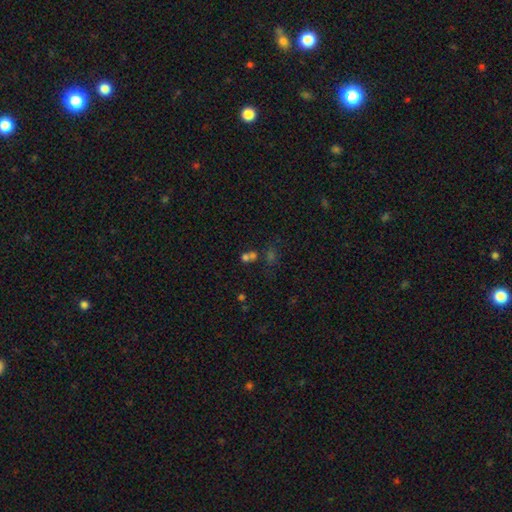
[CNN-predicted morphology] star or artifact 56%, smooth 29%, featured or disk 15%.